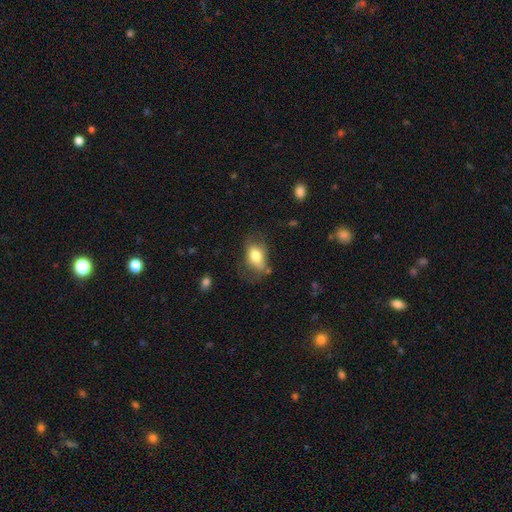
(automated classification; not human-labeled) Q: Smooth or featured?
A: smooth (72%); runner-up: featured or disk (20%)
Q: How rounded?
A: in between (86%); runner-up: round (11%)
Q: Merging?
A: none (47%); runner-up: minor disturbance (29%)